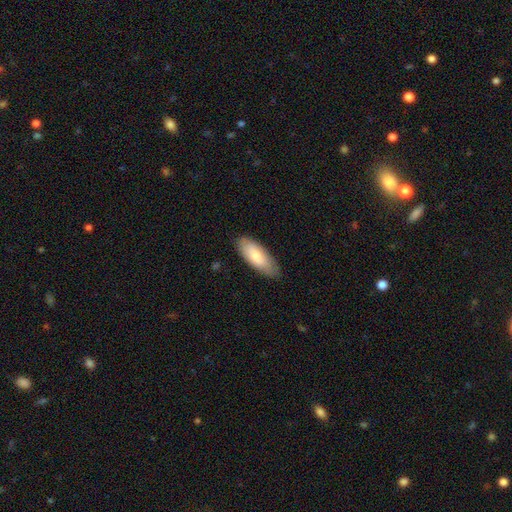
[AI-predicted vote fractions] Overall: smooth (77%). How rounded: in between (77%). Merging: none (82%).